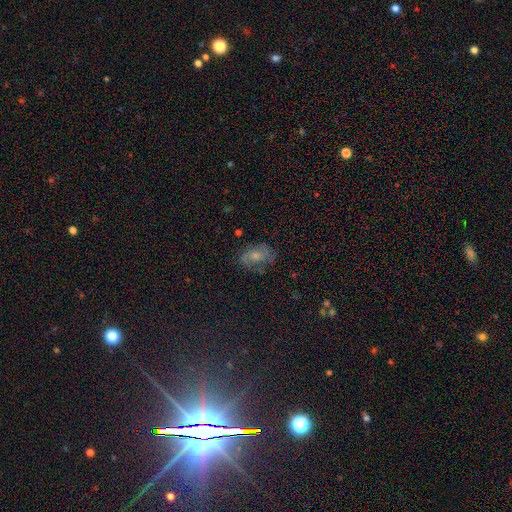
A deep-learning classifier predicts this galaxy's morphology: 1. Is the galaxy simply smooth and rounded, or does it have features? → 45% featured or disk, 39% smooth, 16% star or artifact.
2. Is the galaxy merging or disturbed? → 64% none, 22% minor disturbance, 12% major disturbance, 2% merger.